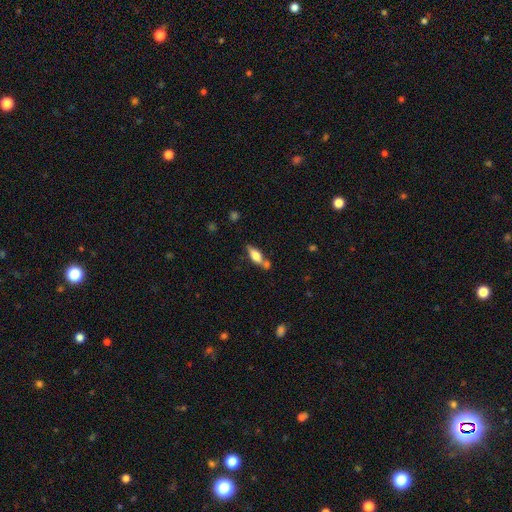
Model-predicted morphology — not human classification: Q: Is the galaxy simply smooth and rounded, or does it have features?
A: smooth — 61%.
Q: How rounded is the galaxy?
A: in between — 66%.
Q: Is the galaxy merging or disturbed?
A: none — 57%.